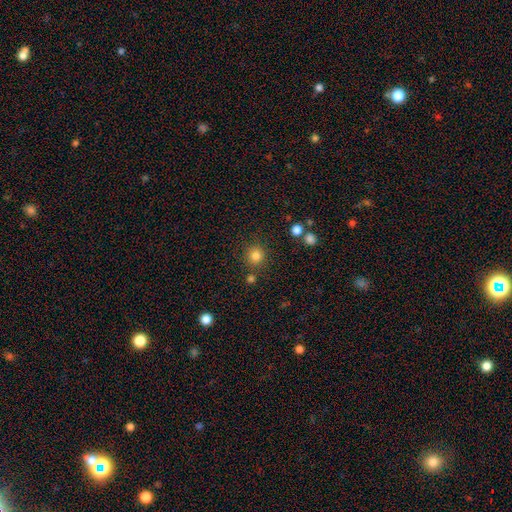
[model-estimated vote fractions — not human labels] Smooth or featured? Predicted: smooth (p=0.82). How rounded? Predicted: round (p=0.92). Merging? Predicted: none (p=0.84).